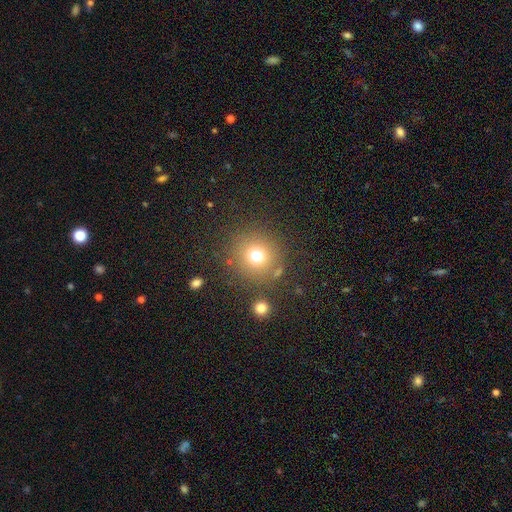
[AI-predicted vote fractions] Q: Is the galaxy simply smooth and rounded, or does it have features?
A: smooth — 71%.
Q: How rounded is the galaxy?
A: round — 92%.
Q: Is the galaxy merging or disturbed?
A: none — 83%.